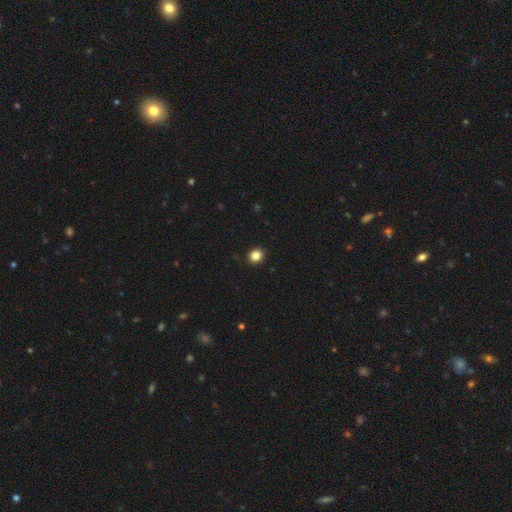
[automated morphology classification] Smooth or featured? smooth (85%)
How rounded? round (82%)
Merging? none (93%)